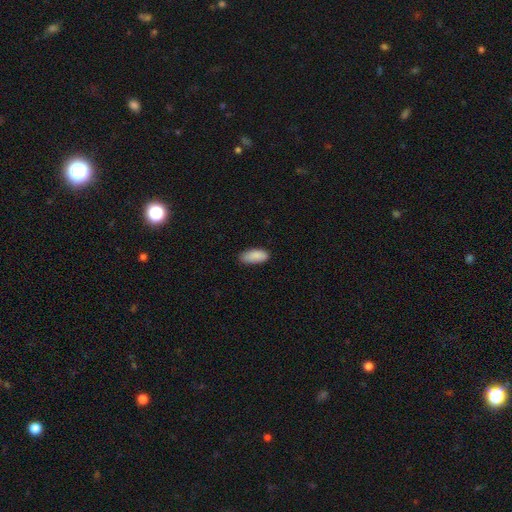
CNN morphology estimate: This appears to be a smooth galaxy with no disk features (90%) that is in between round and cigar-shaped (87%). Merging: none (80%).